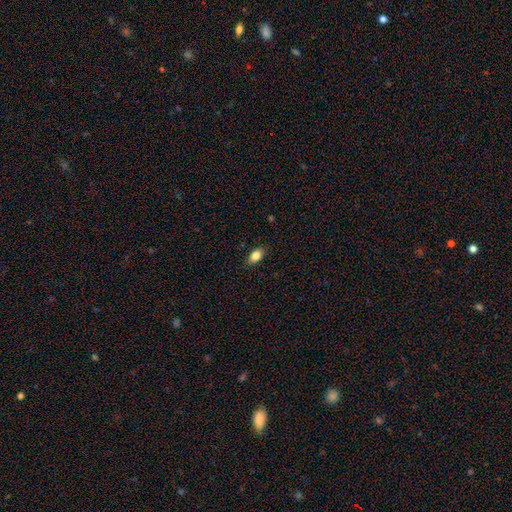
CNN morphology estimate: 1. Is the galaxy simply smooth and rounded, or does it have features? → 83% smooth, 9% star or artifact, 8% featured or disk.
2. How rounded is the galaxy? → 87% in between, 10% round, 3% cigar-shaped.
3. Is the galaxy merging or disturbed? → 86% none, 11% minor disturbance, 2% major disturbance, 1% merger.